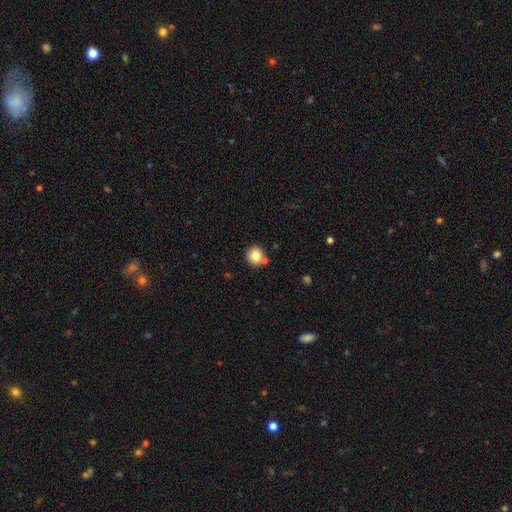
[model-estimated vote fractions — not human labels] This is clearly a smooth galaxy (82%). How rounded: clearly round (92%). Merging: likely none (78%).